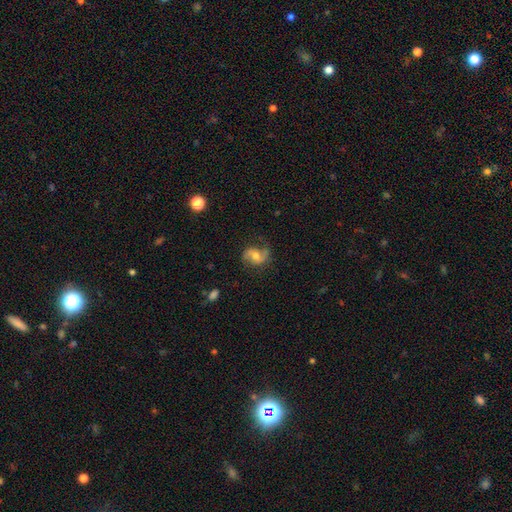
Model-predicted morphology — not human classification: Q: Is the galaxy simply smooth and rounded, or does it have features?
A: featured or disk — 74%.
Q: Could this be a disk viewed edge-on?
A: no — 97%.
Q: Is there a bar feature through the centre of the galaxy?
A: no — 47%.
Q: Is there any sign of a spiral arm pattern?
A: yes — 93%.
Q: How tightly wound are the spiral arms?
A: loose — 50%.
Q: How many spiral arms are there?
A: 2 — 89%.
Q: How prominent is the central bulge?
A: moderate — 65%.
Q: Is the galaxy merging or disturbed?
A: none — 72%.